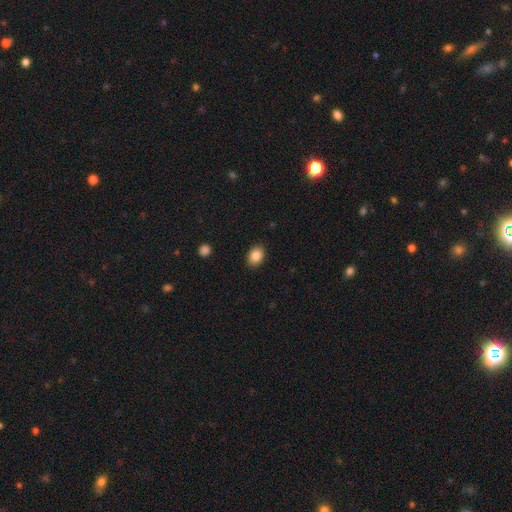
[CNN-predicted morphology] Overall: smooth (86%). How rounded: in between (73%). Merging: none (89%).